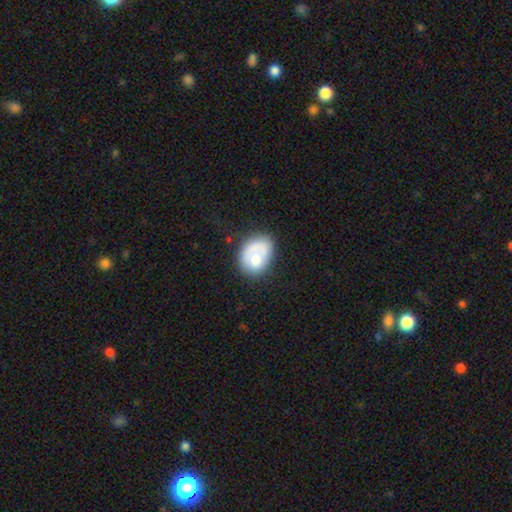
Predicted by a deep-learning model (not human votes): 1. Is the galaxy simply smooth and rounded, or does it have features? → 58% smooth, 36% featured or disk, 6% star or artifact.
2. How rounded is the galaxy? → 65% in between, 34% round, 1% cigar-shaped.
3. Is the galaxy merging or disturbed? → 51% none, 24% minor disturbance, 16% major disturbance, 9% merger.